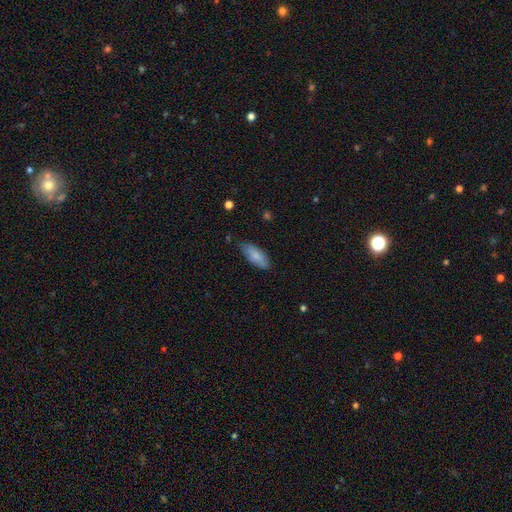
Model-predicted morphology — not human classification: Q: Smooth or featured?
A: smooth (82%); runner-up: featured or disk (12%)
Q: How rounded?
A: in between (75%); runner-up: cigar-shaped (24%)
Q: Merging?
A: none (73%); runner-up: minor disturbance (22%)